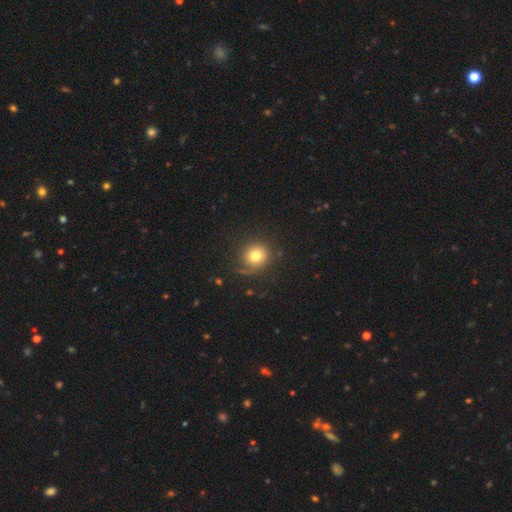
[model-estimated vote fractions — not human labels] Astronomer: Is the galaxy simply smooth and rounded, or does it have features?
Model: smooth — 76%.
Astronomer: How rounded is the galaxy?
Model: round — 91%.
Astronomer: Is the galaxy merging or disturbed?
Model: none — 75%.